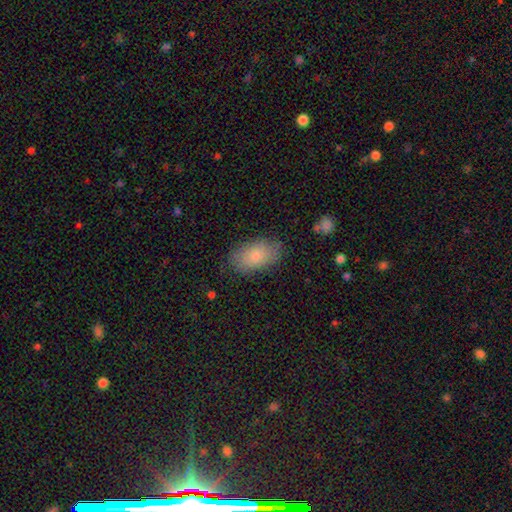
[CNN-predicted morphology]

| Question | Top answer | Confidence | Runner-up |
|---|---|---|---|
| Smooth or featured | smooth | 82% | featured or disk (12%) |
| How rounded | in between | 93% | round (5%) |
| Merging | none | 81% | minor disturbance (14%) |